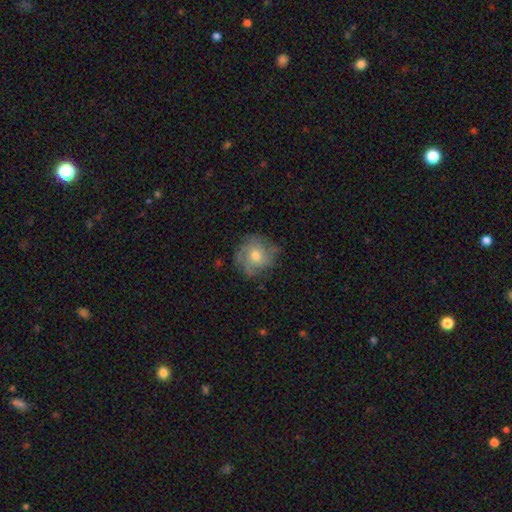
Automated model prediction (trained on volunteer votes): This appears to be a featured or disk galaxy (58%) with no bar (82%), spiral arms (81%) and a moderate central bulge (67%). Merging: none (74%).